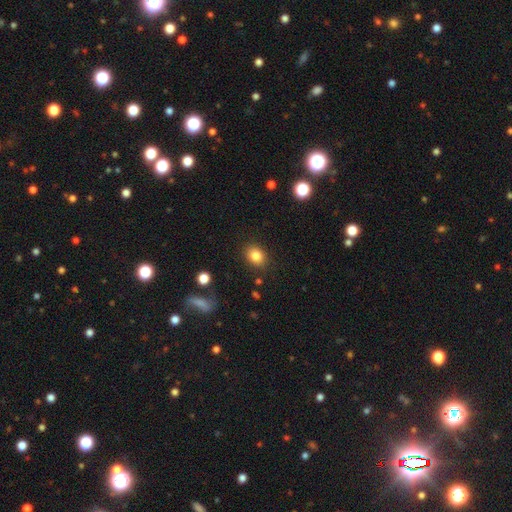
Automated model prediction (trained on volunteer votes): Smooth or featured? smooth (83%)
How rounded? round (51%)
Merging? none (87%)